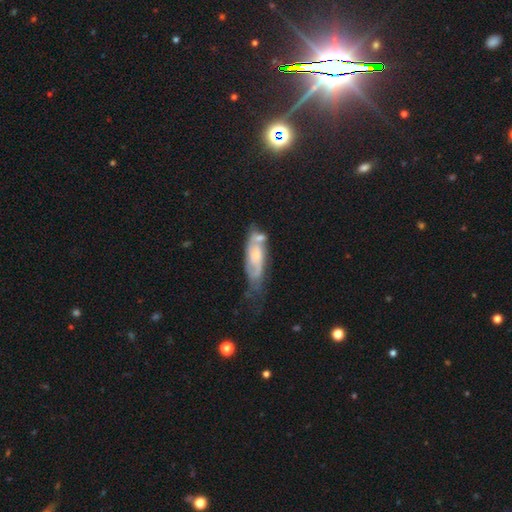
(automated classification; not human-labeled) Smooth or featured? featured or disk (64%)
Edge-on disk? no (82%)
Bar? no (64%)
Spiral arms? yes (81%)
Bulge size? small (53%)
Merging? none (39%)